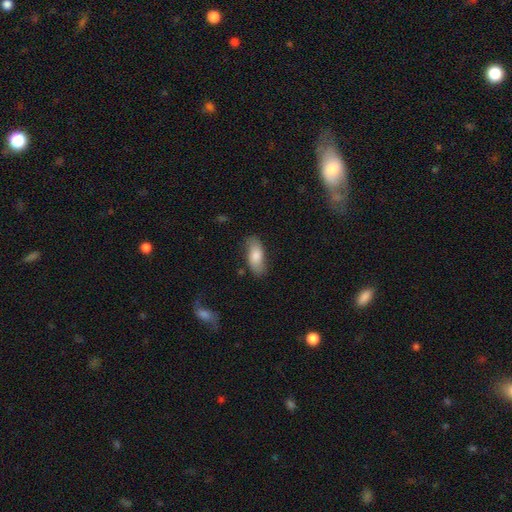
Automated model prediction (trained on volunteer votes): Smooth or featured? smooth (77%)
How rounded? in between (82%)
Merging? none (76%)